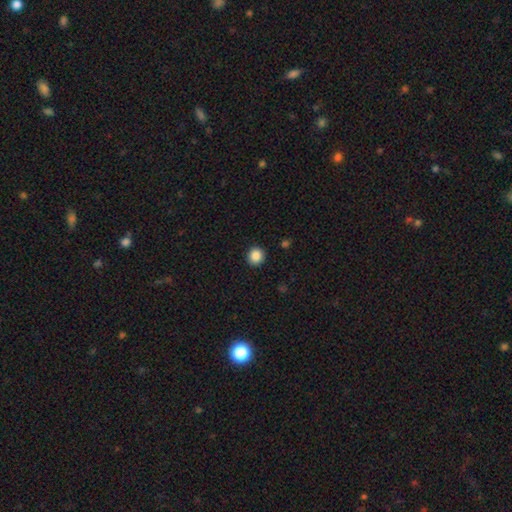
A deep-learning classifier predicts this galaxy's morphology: A smooth galaxy with no disk features (87%) that is round (91%). Merging: none (92%).